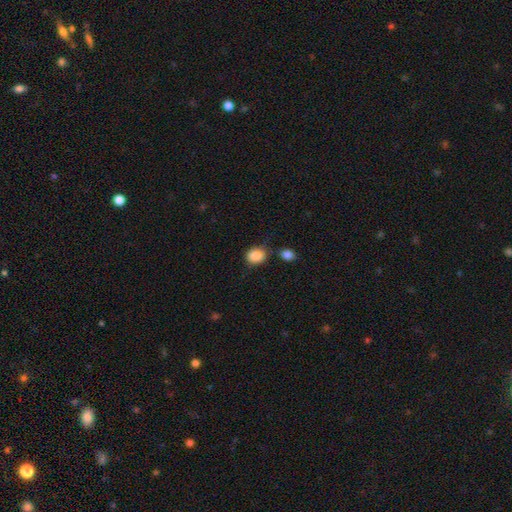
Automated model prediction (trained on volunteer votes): Morphology: type=smooth (88%); roundness=round (53%); merging=none (67%).